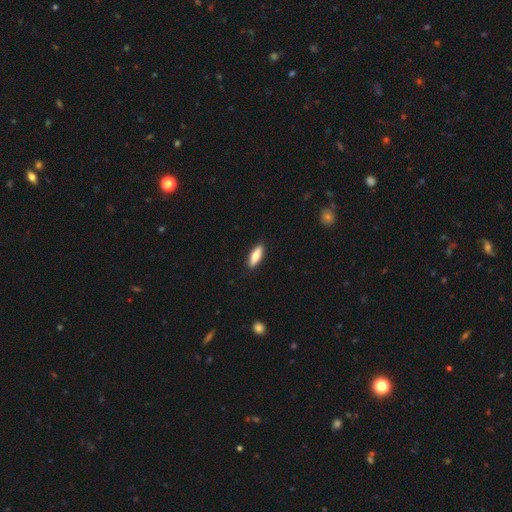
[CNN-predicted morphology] The model was most divided on "how rounded": cigar-shaped: 50%, in between: 48%, round: 2%. More confident: merging — none (90%); smooth or featured — smooth (74%).